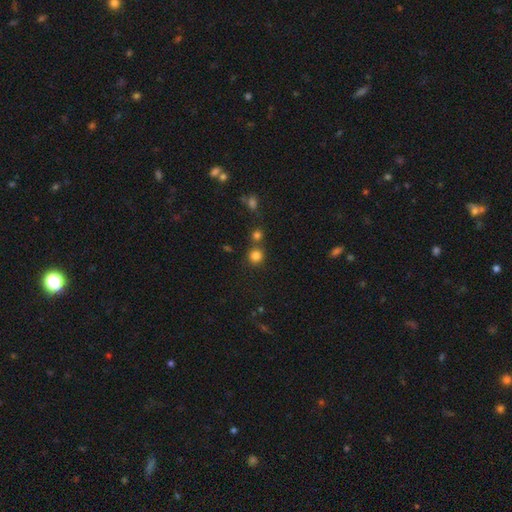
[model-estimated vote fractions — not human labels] smooth 81%, star or artifact 14%, featured or disk 5%. Down the decision tree: how rounded — round (90%); merging — none (71%).